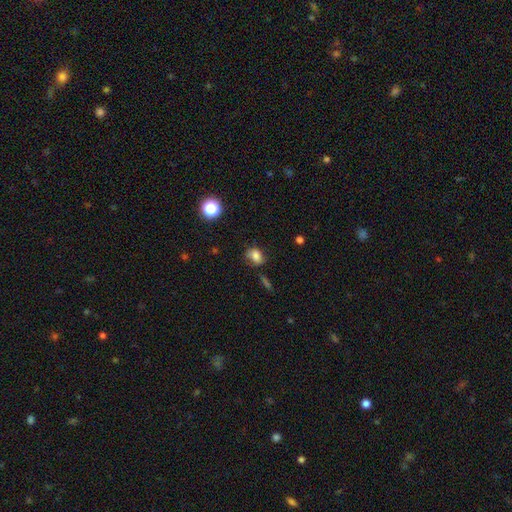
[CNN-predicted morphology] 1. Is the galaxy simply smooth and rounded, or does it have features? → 75% smooth, 13% star or artifact, 12% featured or disk.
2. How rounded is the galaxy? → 67% in between, 31% round, 2% cigar-shaped.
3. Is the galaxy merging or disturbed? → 53% none, 29% minor disturbance, 11% major disturbance, 6% merger.